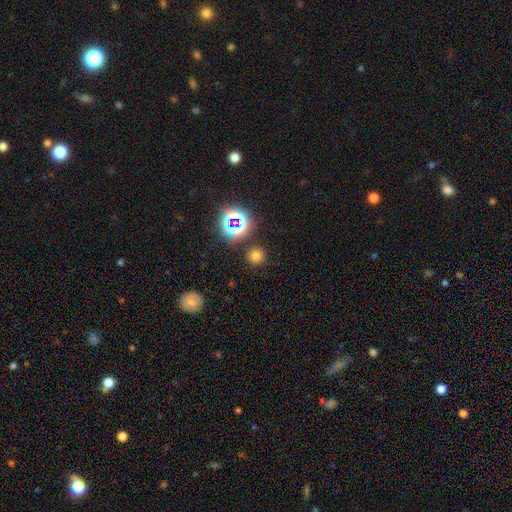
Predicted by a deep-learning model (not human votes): Morphology: type=smooth (68%); roundness=round (93%); merging=none (88%).